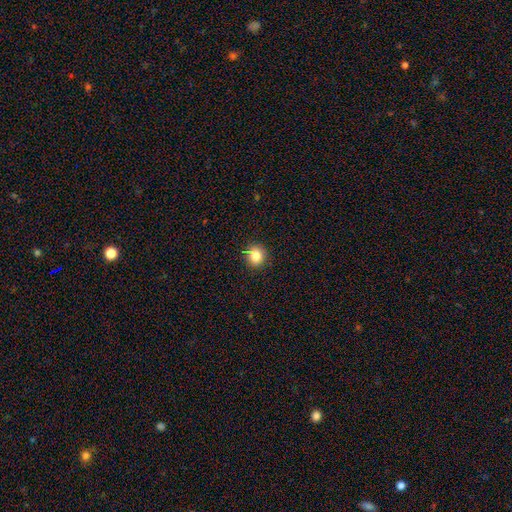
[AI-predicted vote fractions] A smooth galaxy with no disk features (83%) that is round (85%).

Vote fractions:
- Smooth or featured? smooth: 83% / star or artifact: 11% / featured or disk: 6%
- How rounded? round: 85% / in between: 14% / cigar-shaped: 1%
- Merging? none: 89% / minor disturbance: 8% / major disturbance: 2% / merger: 1%